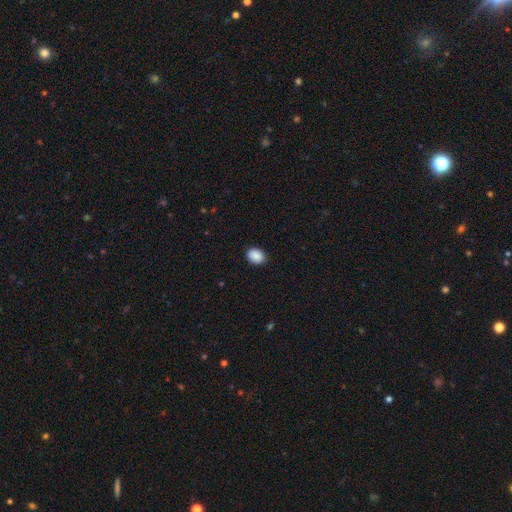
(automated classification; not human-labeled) A smooth galaxy with no disk features (90%) that is in between round and cigar-shaped (66%).

Vote fractions:
- Smooth or featured? smooth: 90% / star or artifact: 8% / featured or disk: 3%
- How rounded? in between: 66% / round: 33% / cigar-shaped: 1%
- Merging? none: 88% / minor disturbance: 9% / major disturbance: 2% / merger: 1%